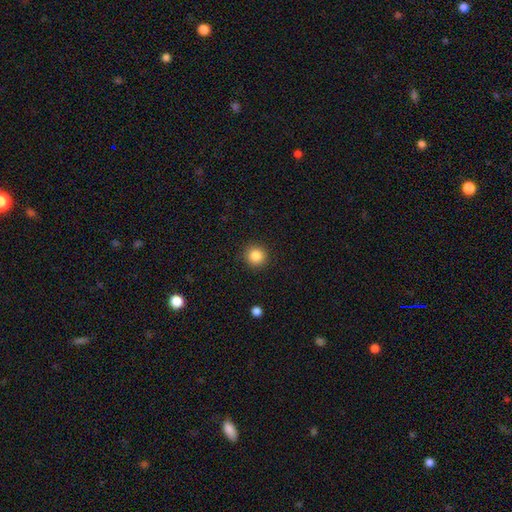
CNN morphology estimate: A smooth galaxy with no disk features (86%) that is round (94%).

Vote fractions:
- Smooth or featured? smooth: 86% / star or artifact: 10% / featured or disk: 4%
- How rounded? round: 94% / in between: 5% / cigar-shaped: 1%
- Merging? none: 91% / minor disturbance: 6% / major disturbance: 2% / merger: 1%